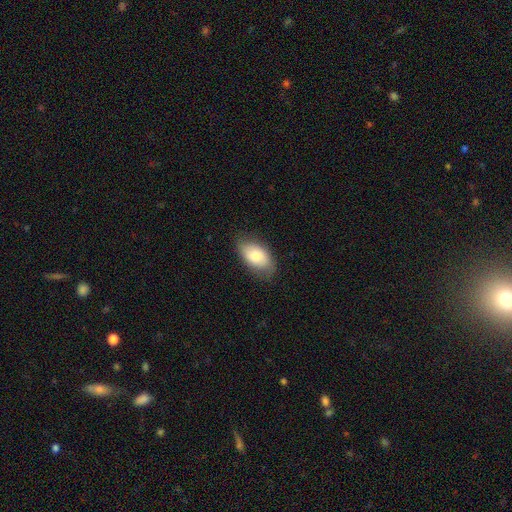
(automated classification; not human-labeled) The model was most divided on "merging": none: 77%, minor disturbance: 18%, major disturbance: 4%, merger: 1%. More confident: how rounded — in between (93%); smooth or featured — smooth (77%).